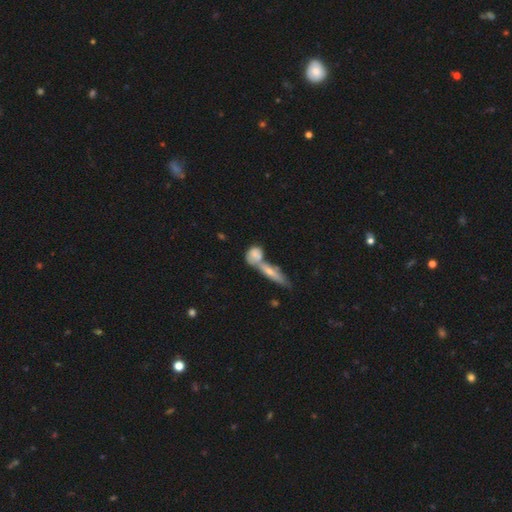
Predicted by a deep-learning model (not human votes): Morphology: type=smooth (68%); roundness=round (44%); merging=merger (49%).